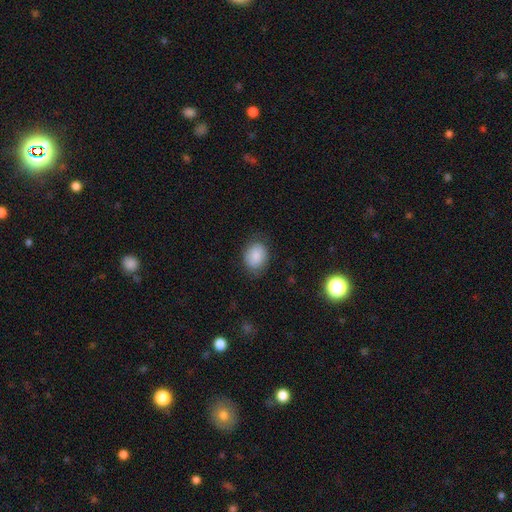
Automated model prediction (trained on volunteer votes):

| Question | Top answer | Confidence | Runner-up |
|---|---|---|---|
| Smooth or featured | smooth | 86% | star or artifact (8%) |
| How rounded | in between | 53% | round (46%) |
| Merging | none | 77% | minor disturbance (17%) |